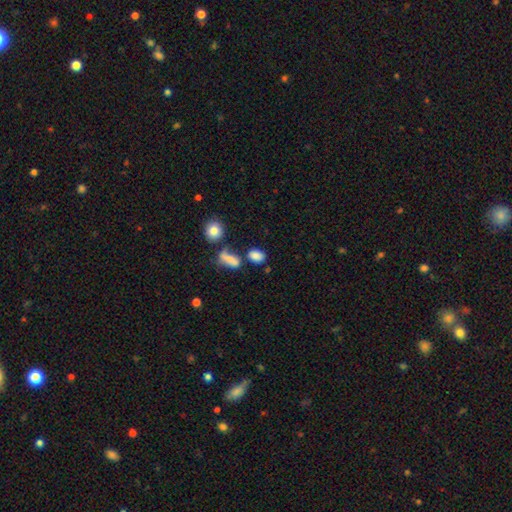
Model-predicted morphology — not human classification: Smooth or featured? smooth (83%)
How rounded? in between (77%)
Merging? none (57%)